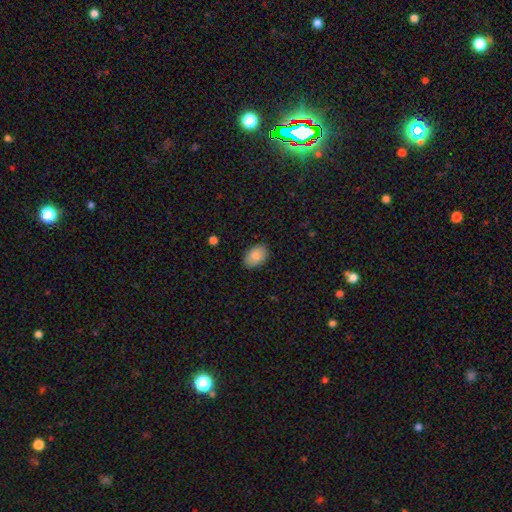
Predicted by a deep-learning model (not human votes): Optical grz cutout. It shows a smooth galaxy with no disk features (85%) that is in between round and cigar-shaped (88%). Merging: none (86%).